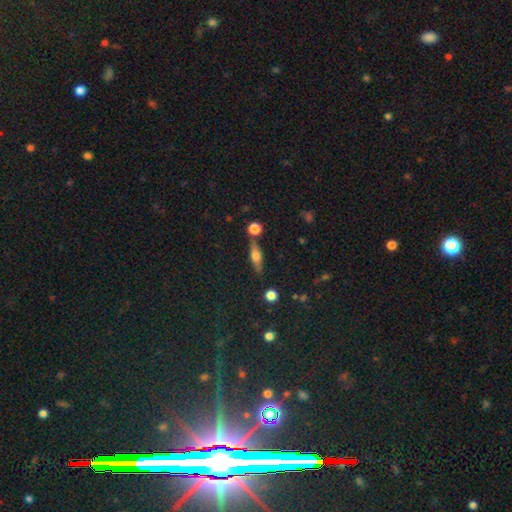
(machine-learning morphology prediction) A featured or disk galaxy (54%) viewed edge-on (92%) with a rounded central bulge (89%).

Vote fractions:
- Smooth or featured? featured or disk: 54% / smooth: 37% / star or artifact: 9%
- Edge-on disk? yes: 92% / no: 8%
- Edge-on bulge? rounded: 89% / boxy: 8% / none: 3%
- Merging? none: 78% / minor disturbance: 12% / merger: 7% / major disturbance: 3%